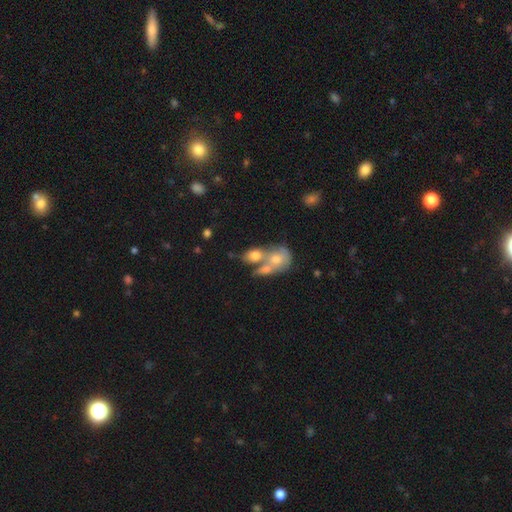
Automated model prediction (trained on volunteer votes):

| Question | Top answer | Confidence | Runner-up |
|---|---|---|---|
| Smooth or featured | smooth | 66% | featured or disk (24%) |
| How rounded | in between | 67% | round (30%) |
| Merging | merger | 64% | none (22%) |